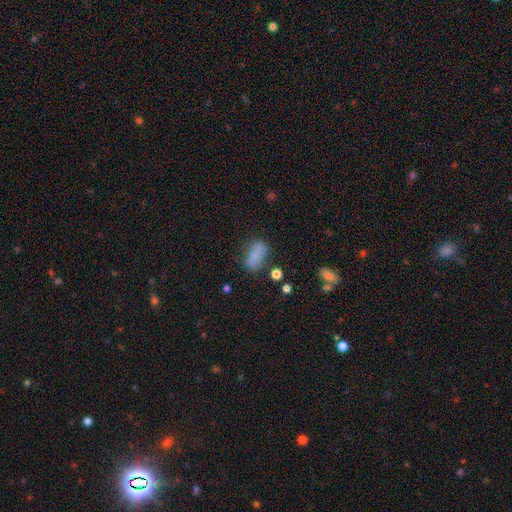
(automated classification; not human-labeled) Smooth or featured? Predicted: smooth (p=0.74). How rounded? Predicted: in between (p=0.83). Merging? Predicted: none (p=0.57).